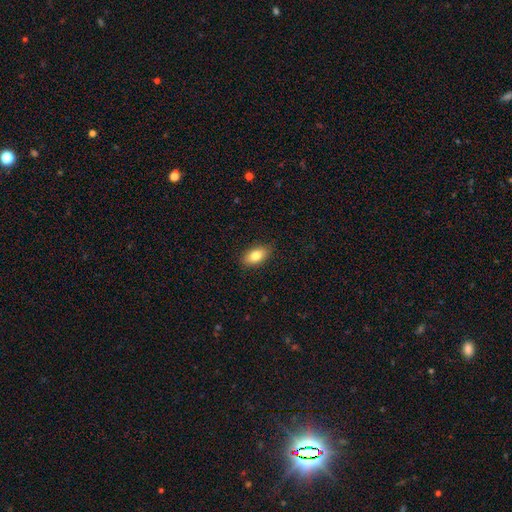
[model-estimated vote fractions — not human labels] The model was most divided on "smooth or featured": smooth: 80%, featured or disk: 12%, star or artifact: 8%. More confident: how rounded — in between (90%); merging — none (87%).